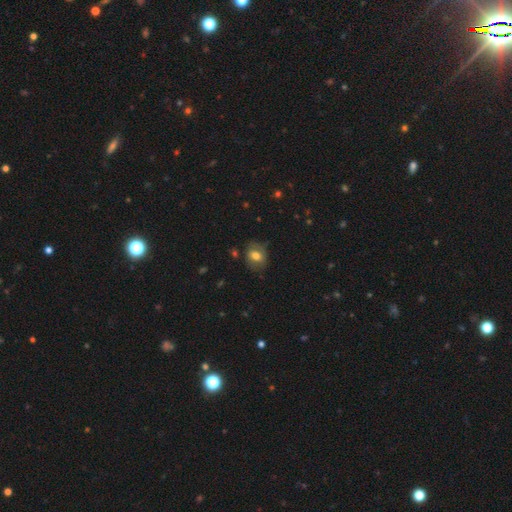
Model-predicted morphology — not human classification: Smooth or featured: smooth — 71% (featured or disk — 19%)
How rounded: in between — 53% (round — 45%)
Merging: none — 72% (minor disturbance — 20%)